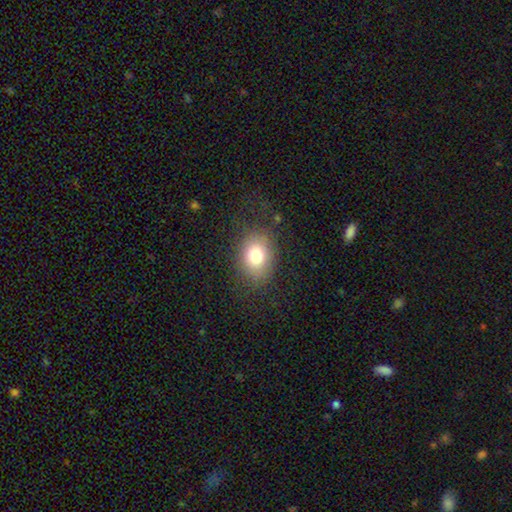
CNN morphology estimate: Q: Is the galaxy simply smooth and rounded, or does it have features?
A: smooth — 76%.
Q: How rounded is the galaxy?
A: in between — 63%.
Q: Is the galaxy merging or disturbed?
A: none — 77%.